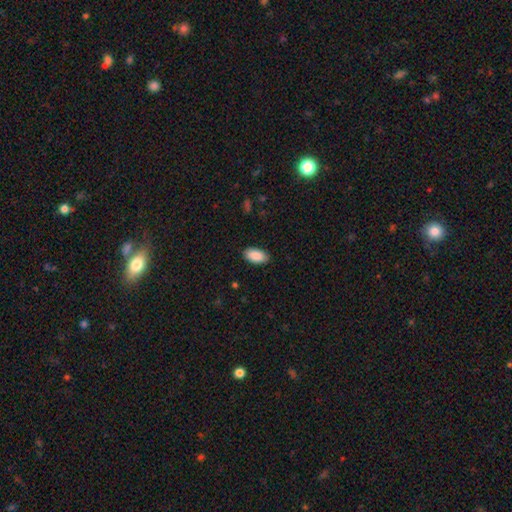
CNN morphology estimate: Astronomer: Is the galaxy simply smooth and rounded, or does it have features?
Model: smooth — 91%.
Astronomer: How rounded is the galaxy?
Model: in between — 95%.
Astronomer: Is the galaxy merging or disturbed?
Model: none — 87%.